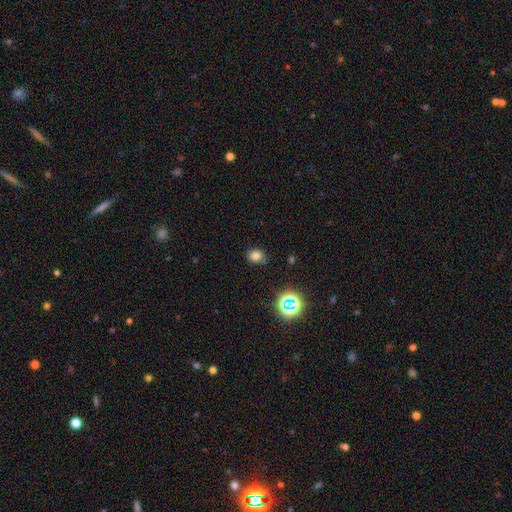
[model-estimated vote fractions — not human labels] This is likely a smooth galaxy (75%). How rounded: possibly round (60%). Merging: likely none (79%).